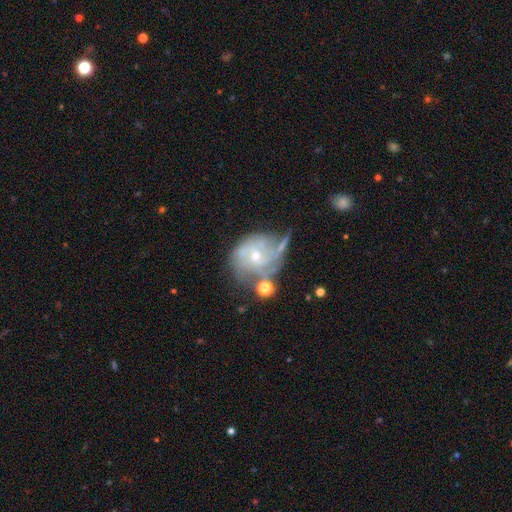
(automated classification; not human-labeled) Morphology: type=featured or disk (73%); edge-on=no (97%); bar=no (72%); spiral arms=yes (81%); winding=tight (43%); arm count=can't tell (40%); bulge=small (63%); merging=none (35%).